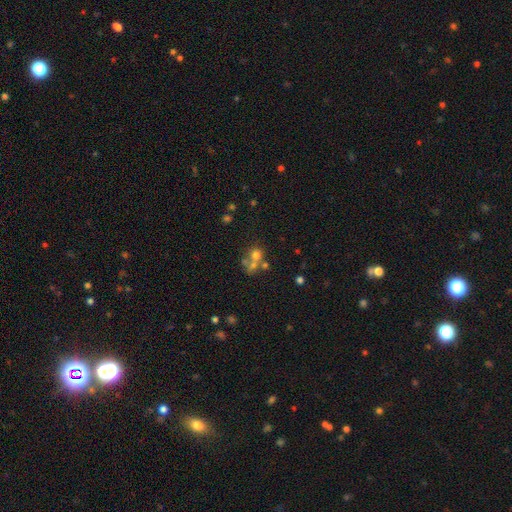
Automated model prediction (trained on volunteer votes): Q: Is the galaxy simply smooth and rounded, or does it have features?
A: smooth — 57%.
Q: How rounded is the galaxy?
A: round — 78%.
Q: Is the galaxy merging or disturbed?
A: merger — 48%.